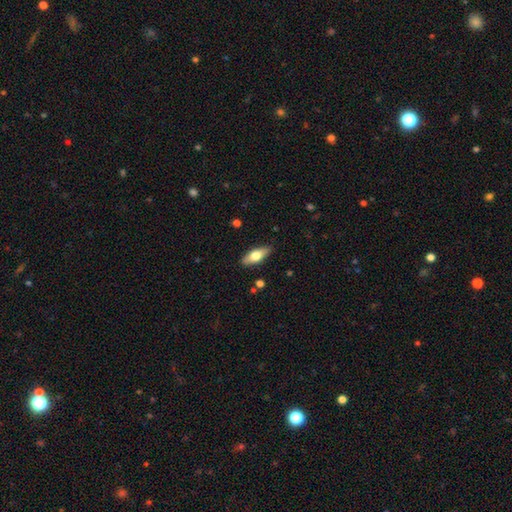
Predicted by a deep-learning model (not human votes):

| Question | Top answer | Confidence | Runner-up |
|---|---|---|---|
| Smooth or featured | smooth | 61% | featured or disk (33%) |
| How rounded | in between | 69% | cigar-shaped (29%) |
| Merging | none | 87% | minor disturbance (10%) |